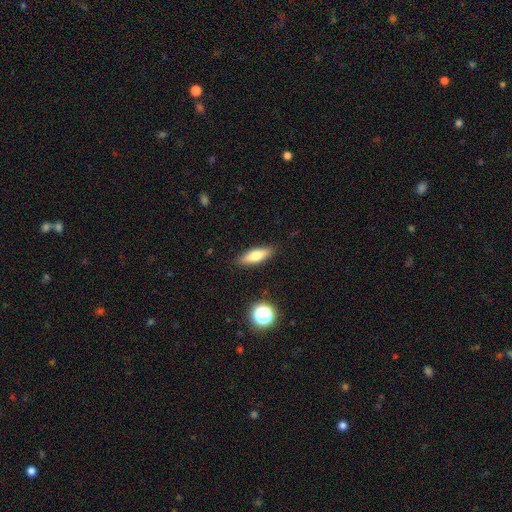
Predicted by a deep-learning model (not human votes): Smooth or featured: smooth — 69% (featured or disk — 24%)
How rounded: in between — 50% (cigar-shaped — 46%)
Merging: none — 88% (minor disturbance — 9%)